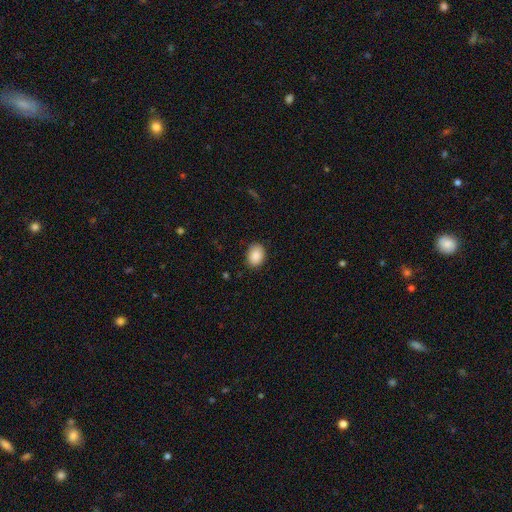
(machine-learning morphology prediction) A smooth galaxy with no disk features (89%) that is in between round and cigar-shaped (69%).

Vote fractions:
- Smooth or featured? smooth: 89% / star or artifact: 7% / featured or disk: 3%
- How rounded? in between: 69% / round: 30% / cigar-shaped: 1%
- Merging? none: 85% / minor disturbance: 11% / major disturbance: 2% / merger: 1%